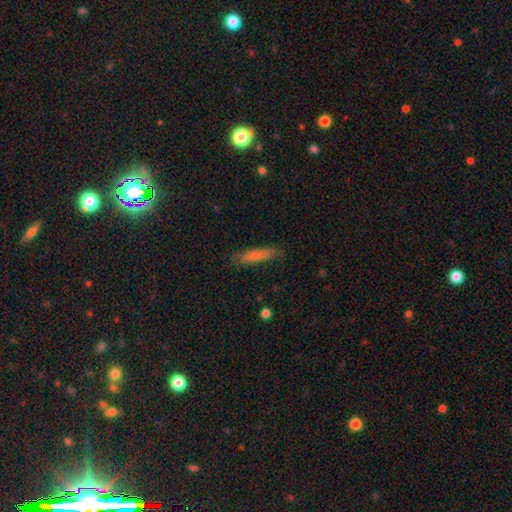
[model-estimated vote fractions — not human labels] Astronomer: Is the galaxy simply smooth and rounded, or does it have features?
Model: smooth — 75%.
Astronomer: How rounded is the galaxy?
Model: cigar-shaped — 83%.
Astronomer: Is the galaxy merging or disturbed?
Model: none — 80%.